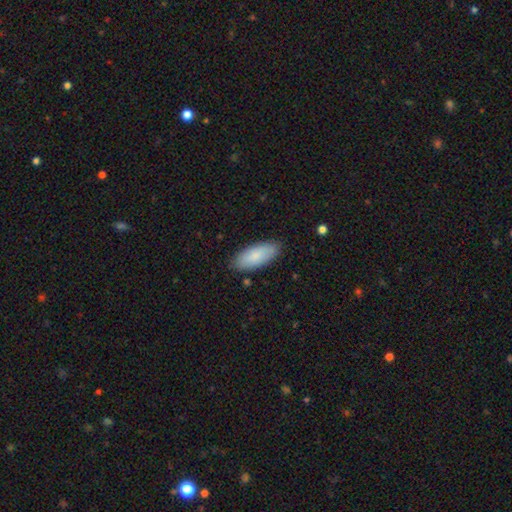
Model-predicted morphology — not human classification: Smooth or featured? Predicted: smooth (p=0.83). How rounded? Predicted: in between (p=0.83). Merging? Predicted: none (p=0.85).